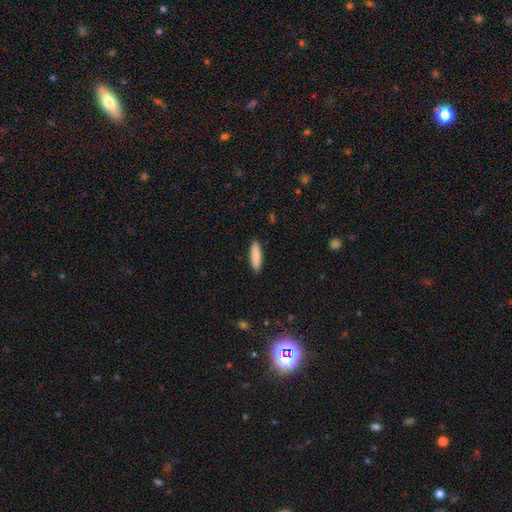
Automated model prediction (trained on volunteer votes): smooth 88%, featured or disk 7%, star or artifact 5%. Down the decision tree: how rounded — cigar-shaped (66%); merging — none (90%).